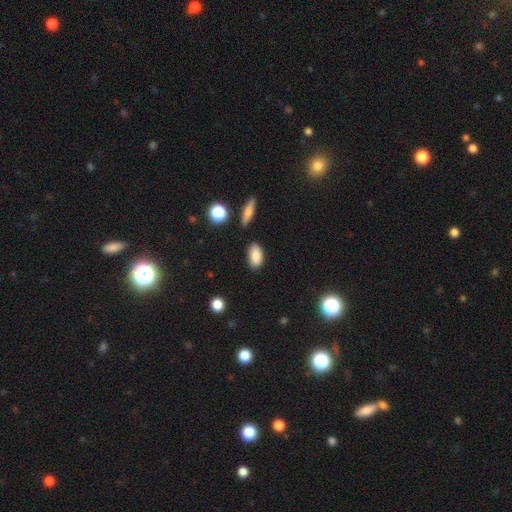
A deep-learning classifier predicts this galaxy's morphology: Q: Smooth or featured?
A: smooth (87%); runner-up: star or artifact (8%)
Q: How rounded?
A: in between (91%); runner-up: round (5%)
Q: Merging?
A: none (82%); runner-up: minor disturbance (12%)